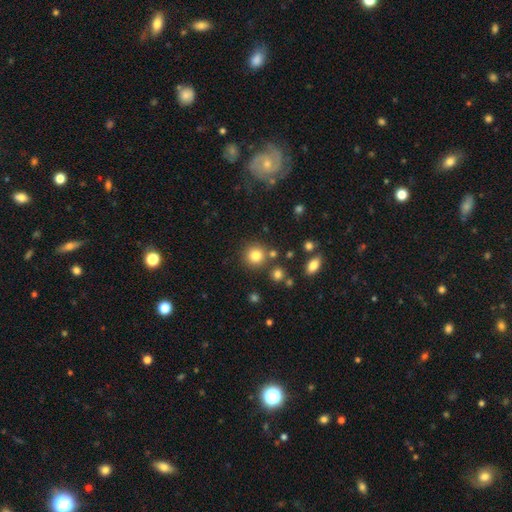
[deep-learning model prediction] A smooth galaxy with no disk features (82%) that is round (92%).

Vote fractions:
- Smooth or featured? smooth: 82% / star or artifact: 12% / featured or disk: 7%
- How rounded? round: 92% / in between: 7% / cigar-shaped: 1%
- Merging? none: 82% / minor disturbance: 8% / merger: 7% / major disturbance: 3%